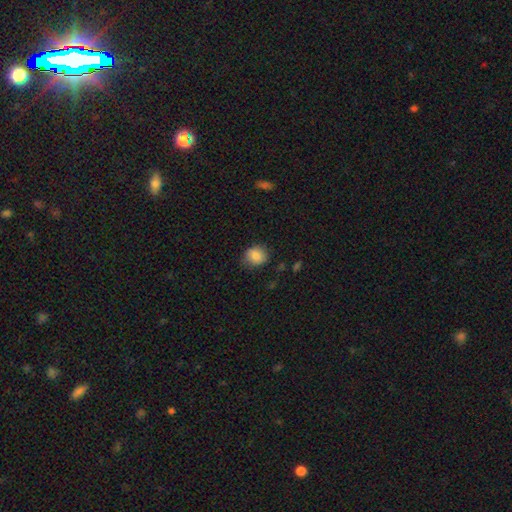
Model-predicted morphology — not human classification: This is clearly a smooth galaxy (85%). How rounded: likely round (70%). Merging: likely none (80%).